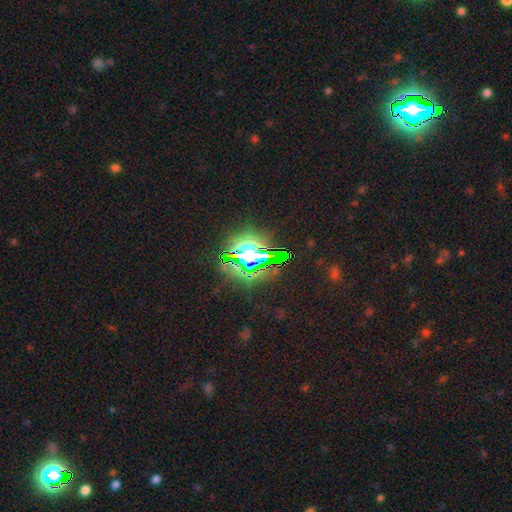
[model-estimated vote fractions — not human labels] smooth_or_featured: star or artifact (p=0.77) [alt: smooth p=0.13]